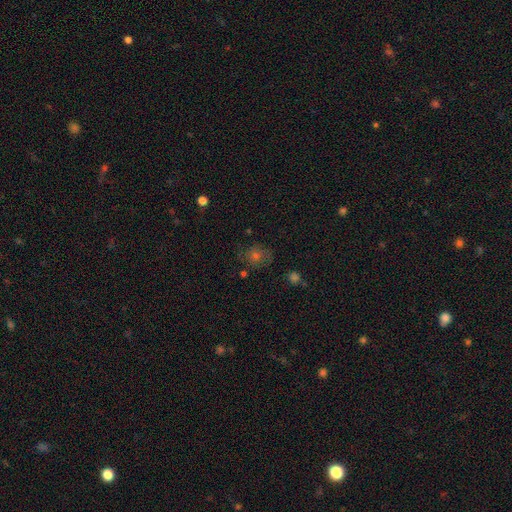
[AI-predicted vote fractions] Smooth or featured? Predicted: smooth (p=0.47). Merging? Predicted: none (p=0.74).